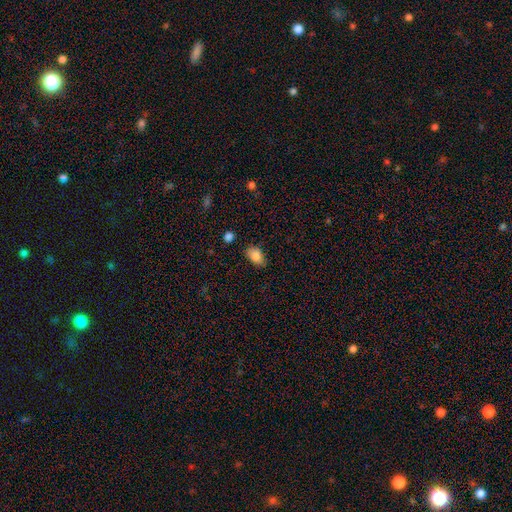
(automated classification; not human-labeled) This appears to be a smooth galaxy with no disk features (86%) that is in between round and cigar-shaped (86%). Merging: none (75%).